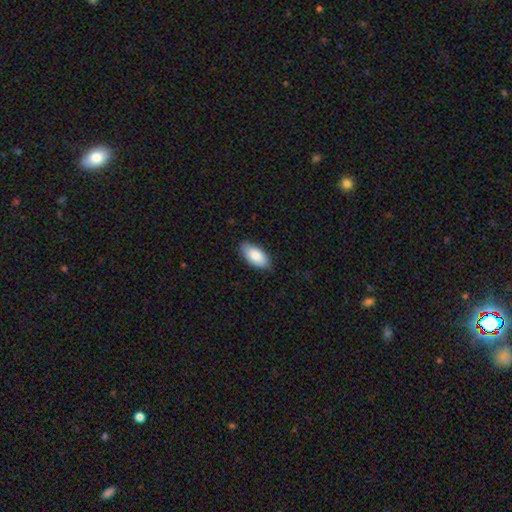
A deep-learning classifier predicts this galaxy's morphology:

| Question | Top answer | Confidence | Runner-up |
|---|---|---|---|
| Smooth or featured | smooth | 87% | featured or disk (7%) |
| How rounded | in between | 93% | cigar-shaped (5%) |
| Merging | none | 84% | minor disturbance (13%) |